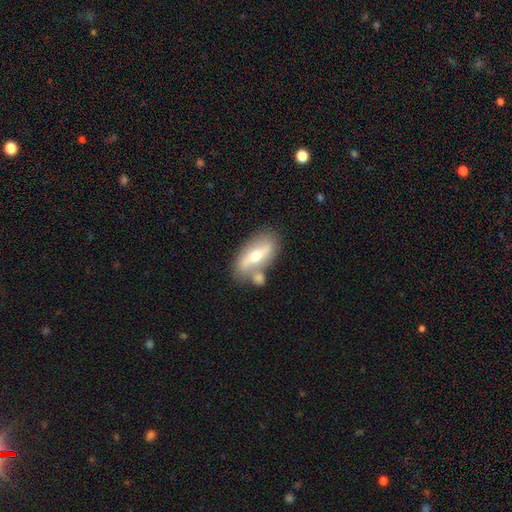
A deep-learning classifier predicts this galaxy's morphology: smooth-or-featured: featured or disk: 60% | smooth: 34% | star or artifact: 6%
  disk-edge-on: no: 71% | yes: 29%
  merging: none: 65% | merger: 16% | minor disturbance: 14% | major disturbance: 5%